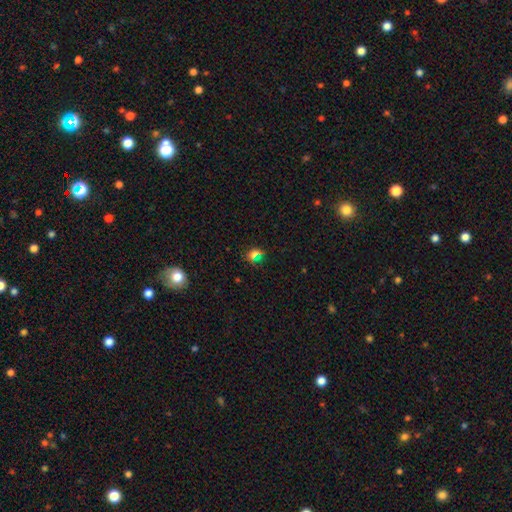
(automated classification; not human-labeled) smooth-or-featured: smooth: 56% | star or artifact: 35% | featured or disk: 9%
  how-rounded: round: 69% | in between: 27% | cigar-shaped: 3%
  merging: none: 81% | minor disturbance: 11% | major disturbance: 5% | merger: 3%